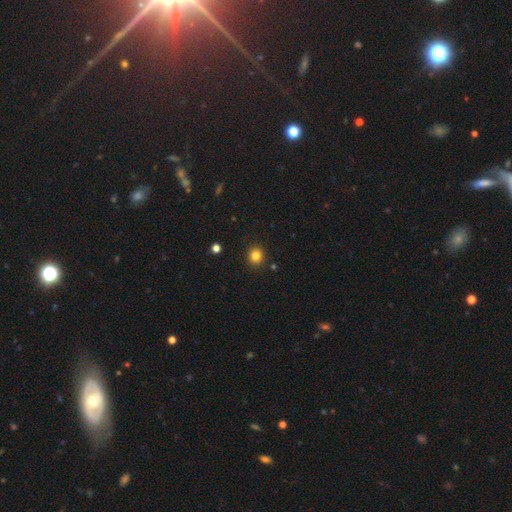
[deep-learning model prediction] Smooth or featured?
  - smooth: 84% *
  - star or artifact: 12%
  - featured or disk: 4%
How rounded?
  - round: 85% *
  - in between: 14%
  - cigar-shaped: 1%
Merging?
  - none: 90% *
  - minor disturbance: 6%
  - major disturbance: 2%
  - merger: 2%